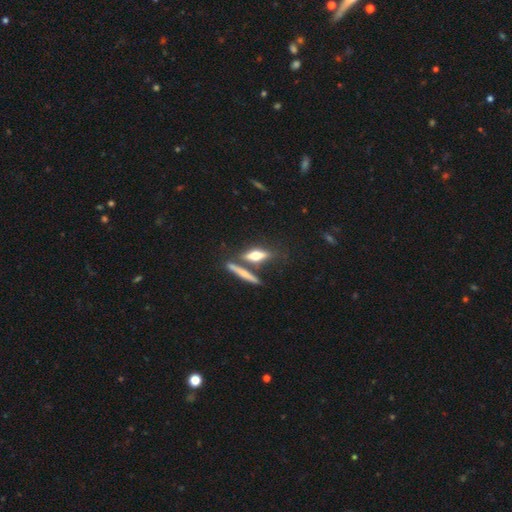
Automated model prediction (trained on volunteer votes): Q: Smooth or featured?
A: smooth (48%); runner-up: featured or disk (44%)
Q: Merging?
A: none (59%); runner-up: merger (24%)